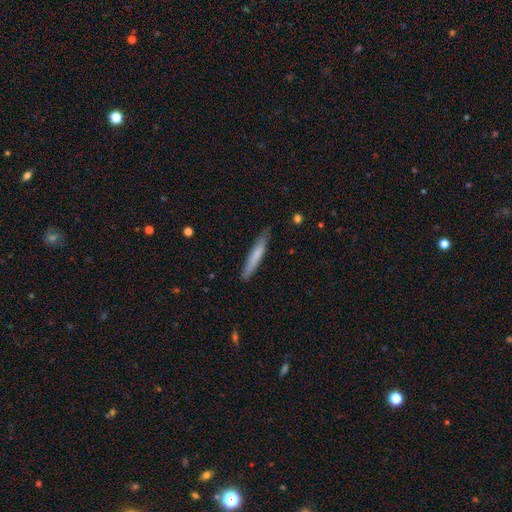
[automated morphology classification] Smooth or featured: smooth — 68% (featured or disk — 26%)
How rounded: cigar-shaped — 95% (in between — 4%)
Merging: none — 84% (minor disturbance — 13%)